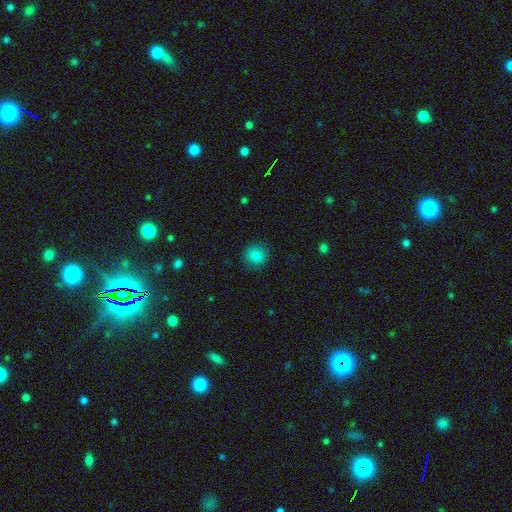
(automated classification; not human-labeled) smooth 81%, star or artifact 11%, featured or disk 8%. Down the decision tree: how rounded — round (94%); merging — none (90%).